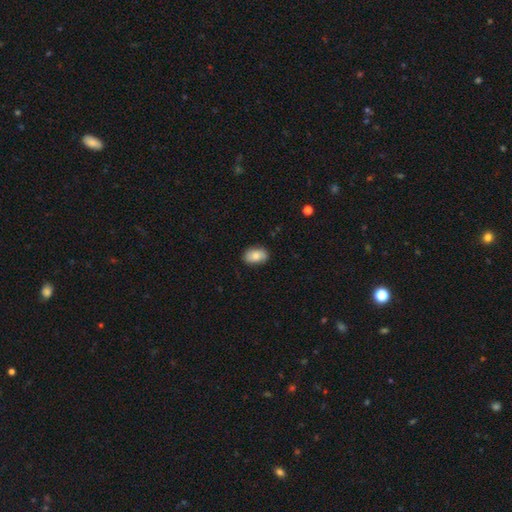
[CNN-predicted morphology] A smooth galaxy with no disk features (77%) that is in between round and cigar-shaped (86%). Merging: none (81%).